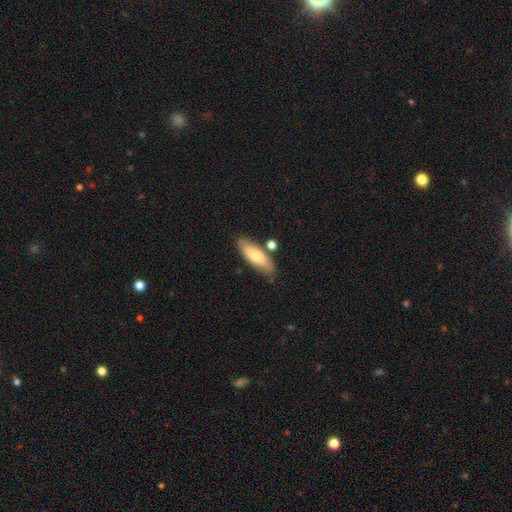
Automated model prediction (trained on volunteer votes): A smooth galaxy with no disk features (66%) that is in between round and cigar-shaped (58%). Merging: none (75%).